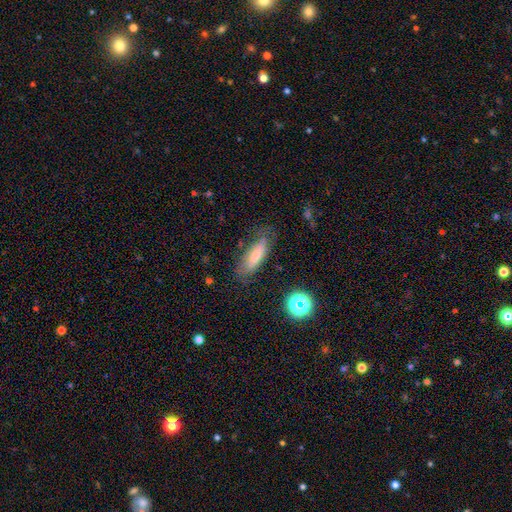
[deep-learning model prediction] This is likely a smooth galaxy (65%). How rounded: possibly in between (54%). Merging: likely none (66%).